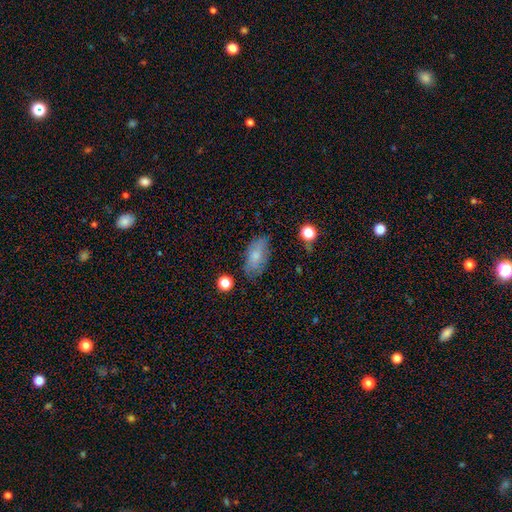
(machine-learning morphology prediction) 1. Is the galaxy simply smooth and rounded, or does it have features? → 73% smooth, 19% featured or disk, 8% star or artifact.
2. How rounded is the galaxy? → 91% in between, 5% cigar-shaped, 5% round.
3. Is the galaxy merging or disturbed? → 74% none, 19% minor disturbance, 5% major disturbance, 2% merger.